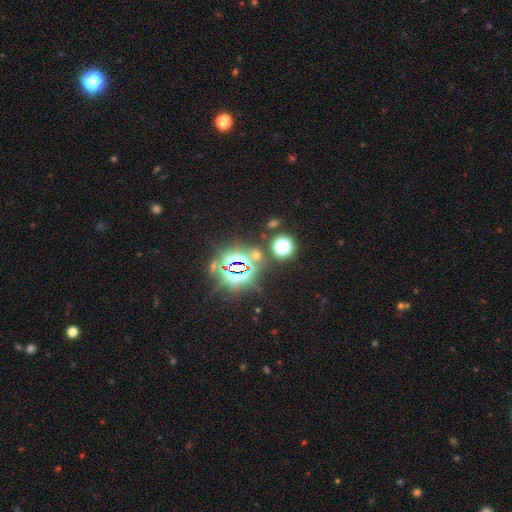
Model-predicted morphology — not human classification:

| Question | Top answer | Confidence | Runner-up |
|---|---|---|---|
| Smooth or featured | star or artifact | 74% | smooth (18%) |